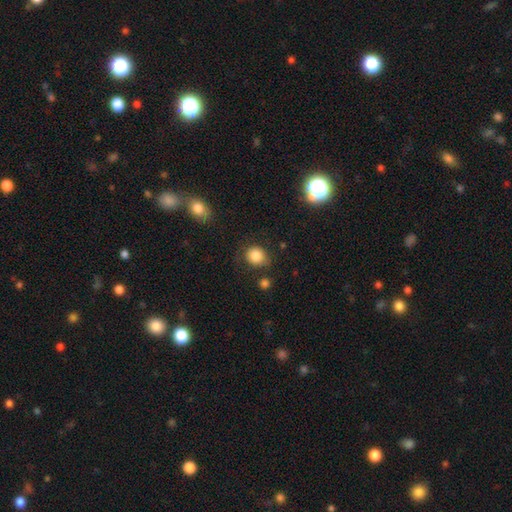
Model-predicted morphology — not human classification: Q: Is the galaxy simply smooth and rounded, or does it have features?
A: smooth — 84%.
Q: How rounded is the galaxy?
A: round — 77%.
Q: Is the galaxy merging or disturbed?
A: none — 75%.